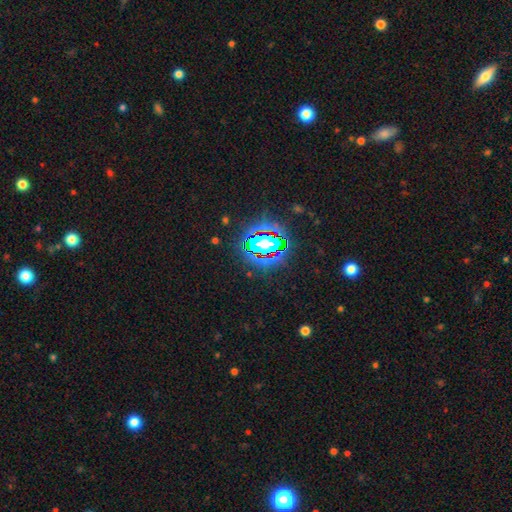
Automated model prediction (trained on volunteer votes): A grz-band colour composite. It shows a star or artifact, not a galaxy (81%).